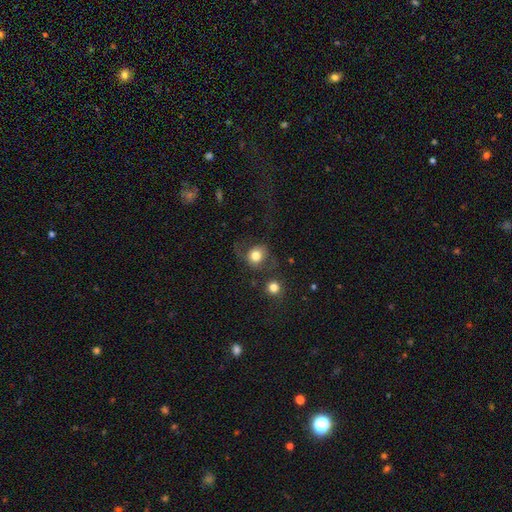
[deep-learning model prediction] This is likely a smooth galaxy (75%). How rounded: likely round (78%). Merging: possibly none (47%).